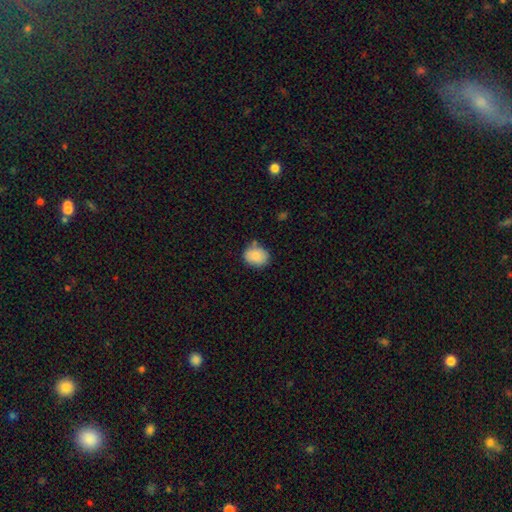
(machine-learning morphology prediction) This appears to be a smooth galaxy with no disk features (86%) that is round (50%). Merging: none (72%).